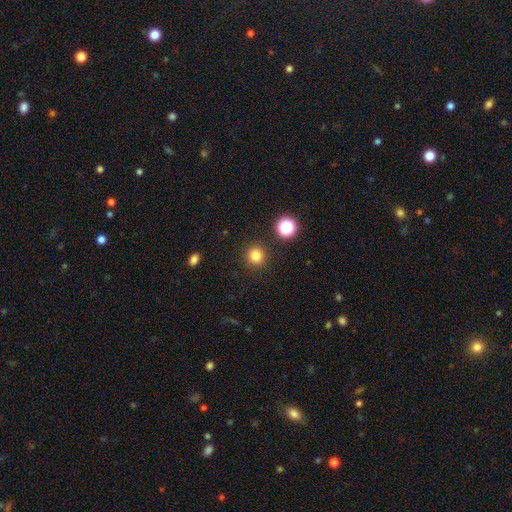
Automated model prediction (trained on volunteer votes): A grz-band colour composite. It shows a smooth galaxy with no disk features (80%) that is round (94%). Merging: none (90%).